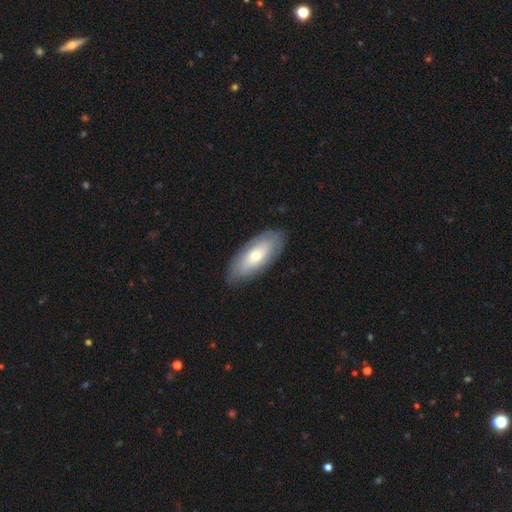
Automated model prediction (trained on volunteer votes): Smooth or featured? smooth (50%)
How rounded? in between (85%)
Merging? none (80%)